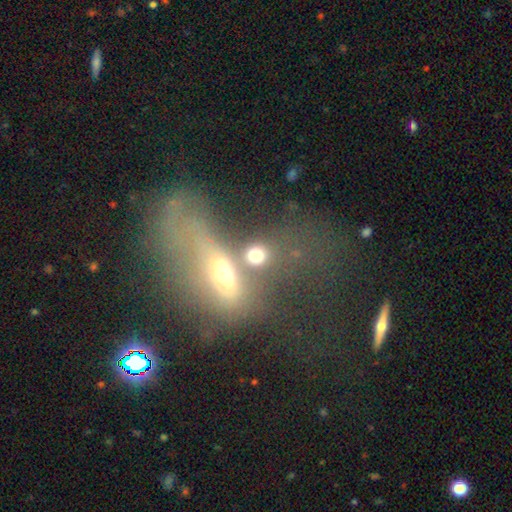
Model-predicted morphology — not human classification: Overall: smooth (70%). How rounded: round (62%; in between 34%). Merging: none (45%; merger 39%).